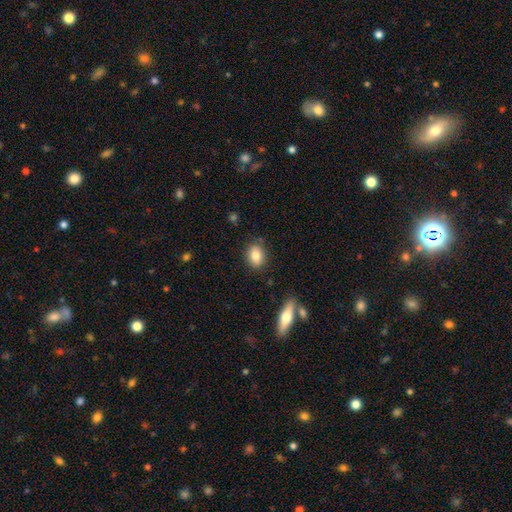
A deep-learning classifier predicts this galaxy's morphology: smooth_or_featured: smooth (p=0.82) [alt: featured or disk p=0.10]
how_rounded: in between (p=0.67) [alt: round p=0.31]
merging: none (p=0.84) [alt: minor disturbance p=0.11]